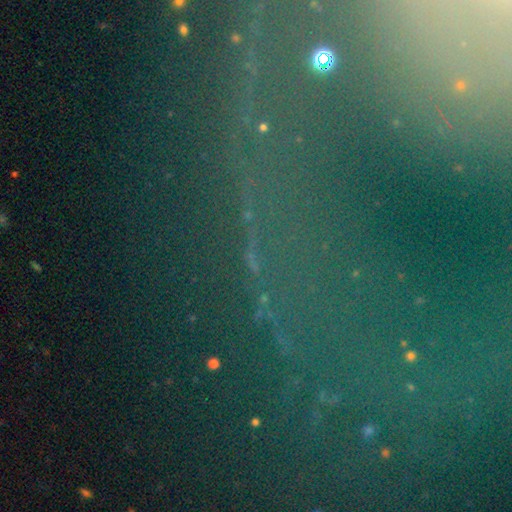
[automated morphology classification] This is clearly a star or artifact rather than a galaxy (81%).